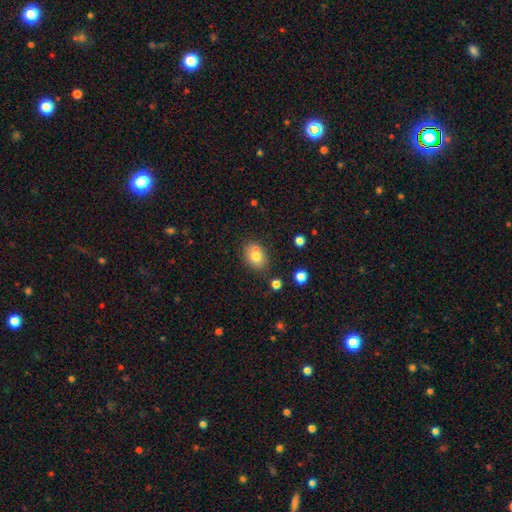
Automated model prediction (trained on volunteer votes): smooth 76%, featured or disk 14%, star or artifact 10%. Down the decision tree: how rounded — in between (68%); merging — none (64%).